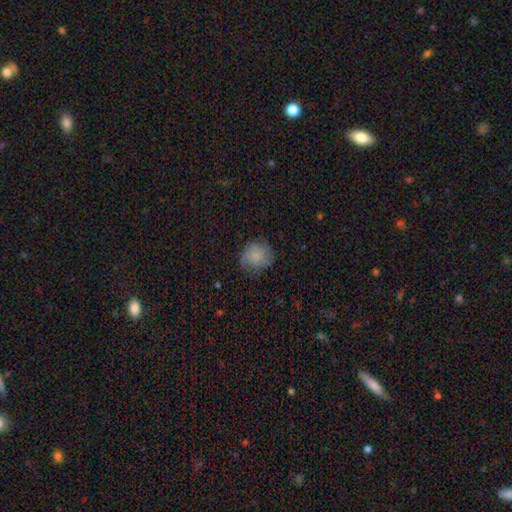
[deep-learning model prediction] Smooth or featured?
  - smooth: 66% *
  - featured or disk: 25%
  - star or artifact: 9%
How rounded?
  - round: 83% *
  - in between: 16%
  - cigar-shaped: 1%
Merging?
  - none: 67% *
  - minor disturbance: 23%
  - major disturbance: 9%
  - merger: 1%